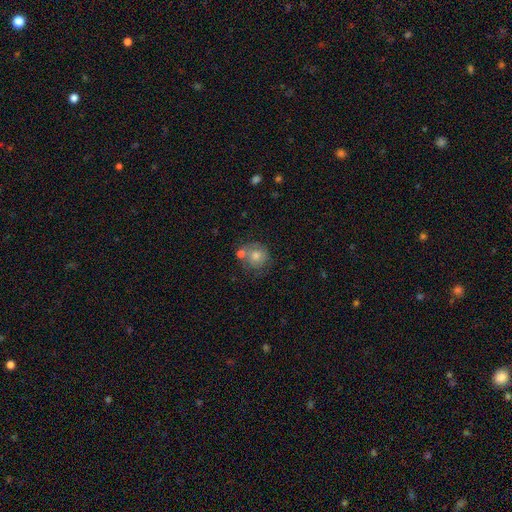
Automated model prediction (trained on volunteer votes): Smooth or featured? Predicted: smooth (p=0.62). How rounded? Predicted: round (p=0.86). Merging? Predicted: none (p=0.56).